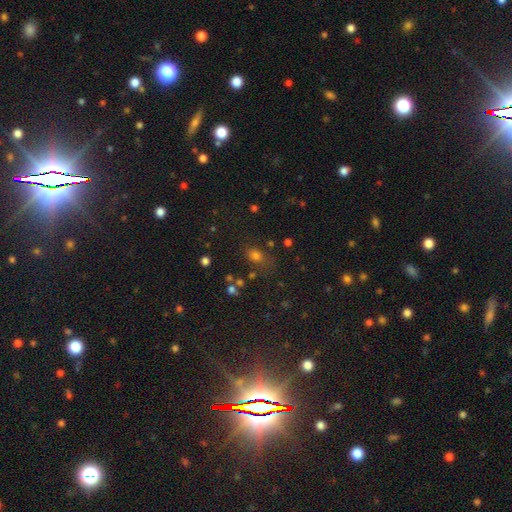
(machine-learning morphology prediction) type=smooth (65%); roundness=in between (60%); merging=none (68%).